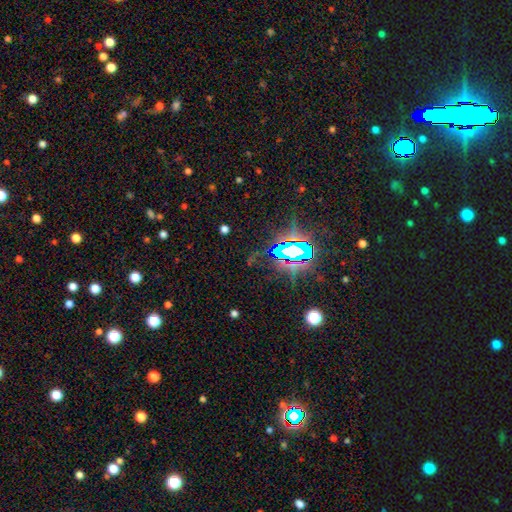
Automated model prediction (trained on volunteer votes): Morphology: type=star or artifact (79%).